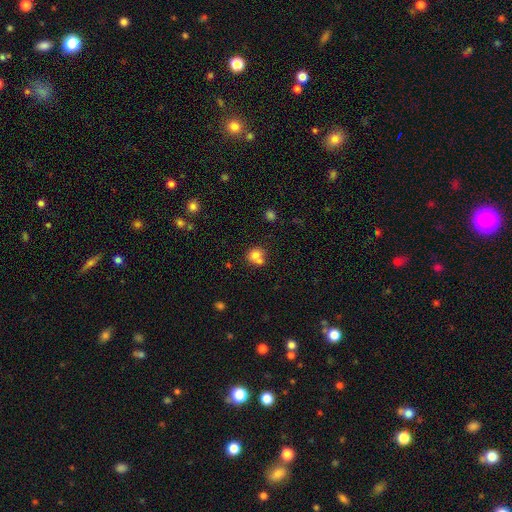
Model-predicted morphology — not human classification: Overall: smooth (75%). How rounded: round (78%). Merging: merger (43%, tied with none).